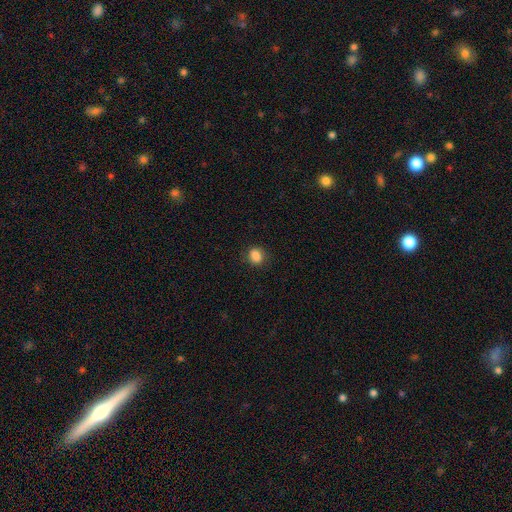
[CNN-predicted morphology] Smooth or featured? Predicted: smooth (p=0.86). How rounded? Predicted: round (p=0.59). Merging? Predicted: none (p=0.86).